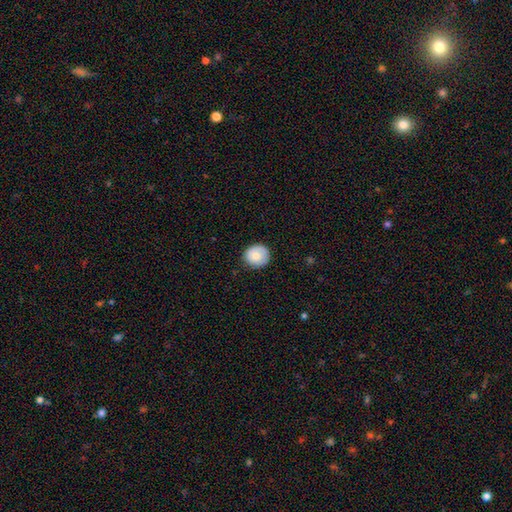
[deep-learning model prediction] smooth-or-featured: smooth: 74% | featured or disk: 18% | star or artifact: 7%
  how-rounded: round: 88% | in between: 11% | cigar-shaped: 1%
  merging: none: 84% | minor disturbance: 13% | major disturbance: 2% | merger: 1%